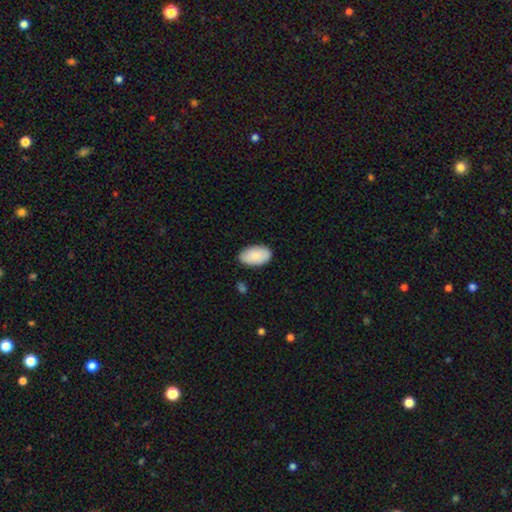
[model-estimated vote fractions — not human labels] A smooth galaxy with no disk features (86%) that is in between round and cigar-shaped (95%).

Vote fractions:
- Smooth or featured? smooth: 86% / featured or disk: 8% / star or artifact: 6%
- How rounded? in between: 95% / round: 4% / cigar-shaped: 1%
- Merging? none: 84% / minor disturbance: 13% / major disturbance: 2% / merger: 1%